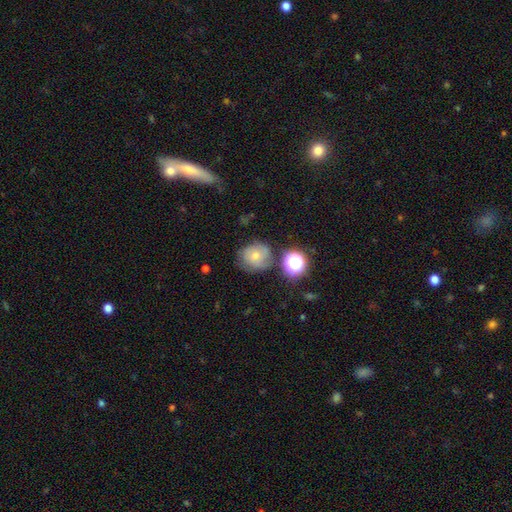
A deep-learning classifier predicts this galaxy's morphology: type=smooth (58%); roundness=round (81%); merging=none (60%).